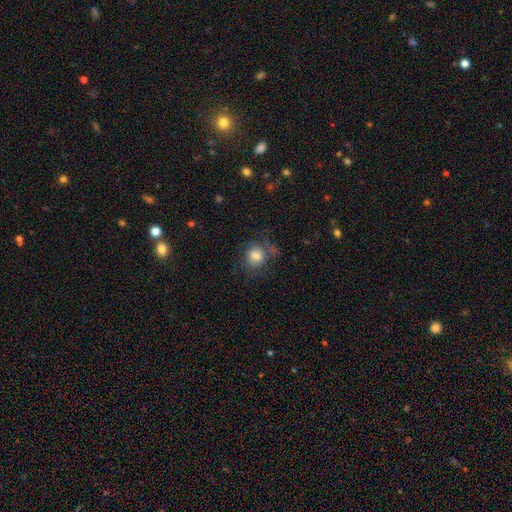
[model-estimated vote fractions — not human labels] This is likely a smooth galaxy (77%). How rounded: likely round (70%). Merging: possibly none (58%).